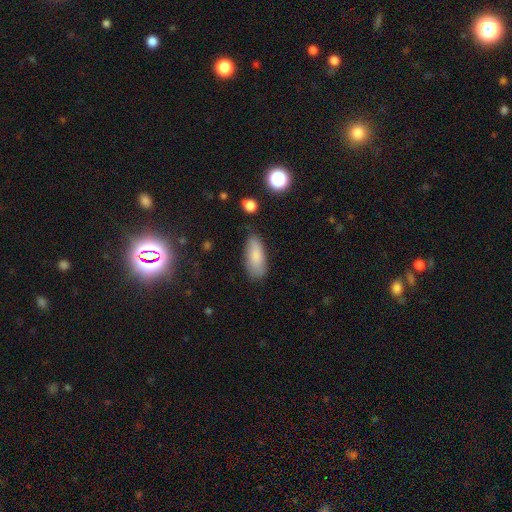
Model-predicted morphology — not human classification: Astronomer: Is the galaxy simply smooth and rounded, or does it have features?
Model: smooth — 83%.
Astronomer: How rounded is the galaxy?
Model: in between — 82%.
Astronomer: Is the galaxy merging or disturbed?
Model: none — 75%.